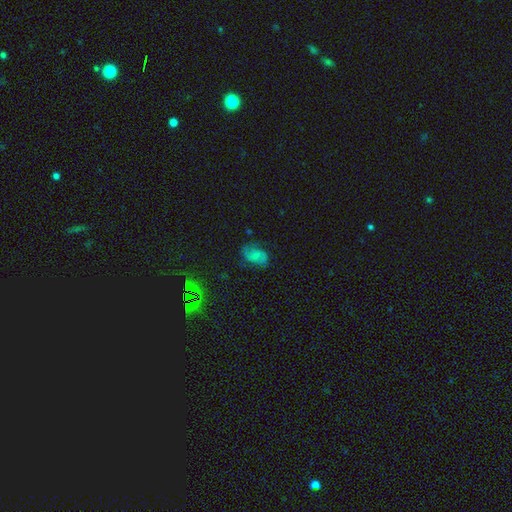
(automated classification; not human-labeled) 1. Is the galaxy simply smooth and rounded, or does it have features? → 46% featured or disk, 41% smooth, 13% star or artifact.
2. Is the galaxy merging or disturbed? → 68% none, 21% minor disturbance, 9% major disturbance, 2% merger.